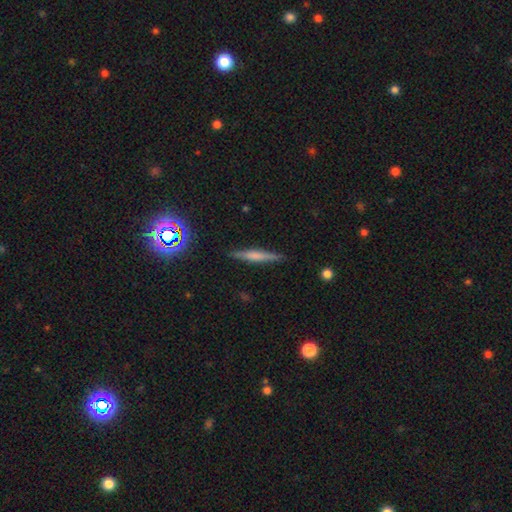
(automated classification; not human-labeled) featured or disk 47%, smooth 43%, star or artifact 11%. Down the decision tree: merging — none (89%).